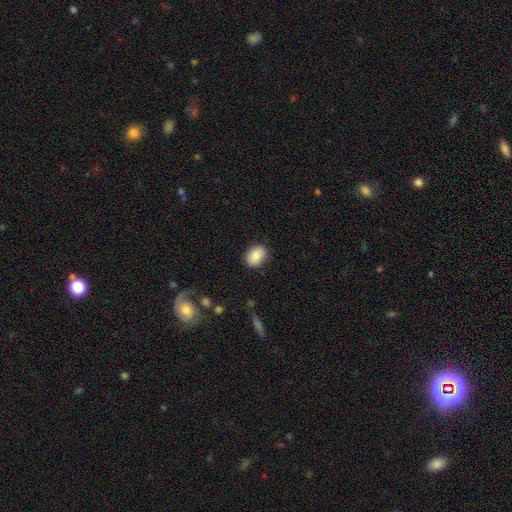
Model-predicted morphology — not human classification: smooth_or_featured: smooth (p=0.85) [alt: star or artifact p=0.07]
how_rounded: in between (p=0.58) [alt: round p=0.41]
merging: none (p=0.86) [alt: minor disturbance p=0.11]